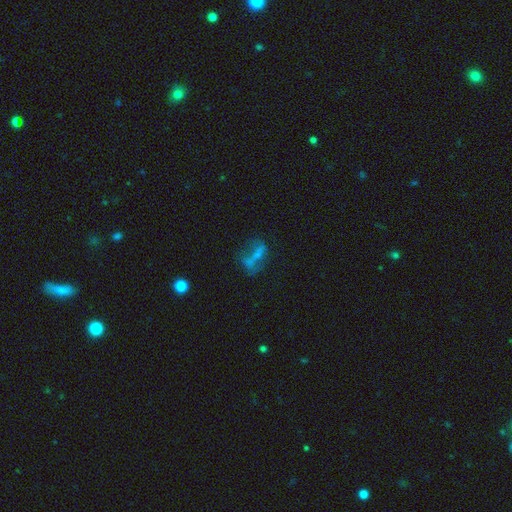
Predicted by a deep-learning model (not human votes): Smooth or featured: featured or disk — 40% (smooth — 39%)
Merging: none — 39% (major disturbance — 29%)